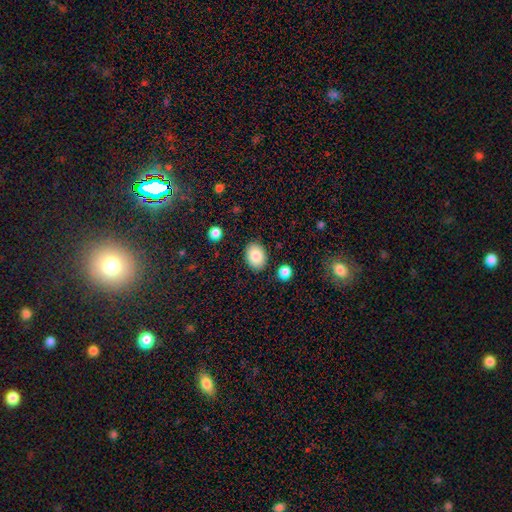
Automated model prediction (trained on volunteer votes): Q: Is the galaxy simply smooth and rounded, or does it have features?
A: smooth — 86%.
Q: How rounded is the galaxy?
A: in between — 76%.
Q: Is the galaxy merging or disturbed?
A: none — 87%.